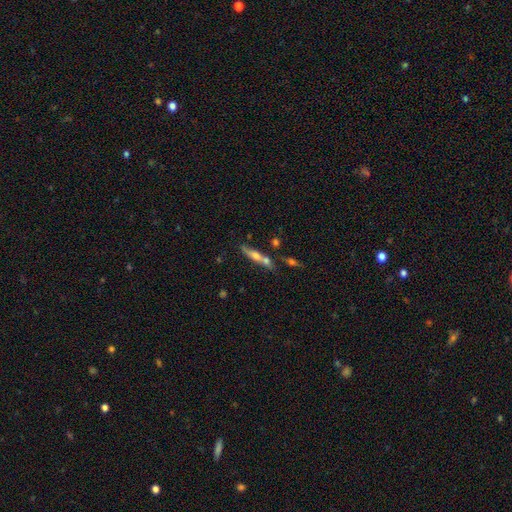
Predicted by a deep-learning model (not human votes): smooth-or-featured: featured or disk: 51% | smooth: 40% | star or artifact: 9%
  disk-edge-on: yes: 86% | no: 14%
  merging: none: 52% | merger: 30% | minor disturbance: 13% | major disturbance: 5%